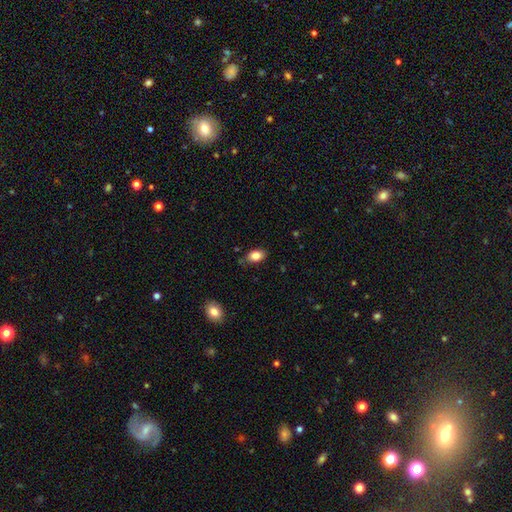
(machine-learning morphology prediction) Smooth or featured? smooth (84%)
How rounded? in between (86%)
Merging? none (79%)